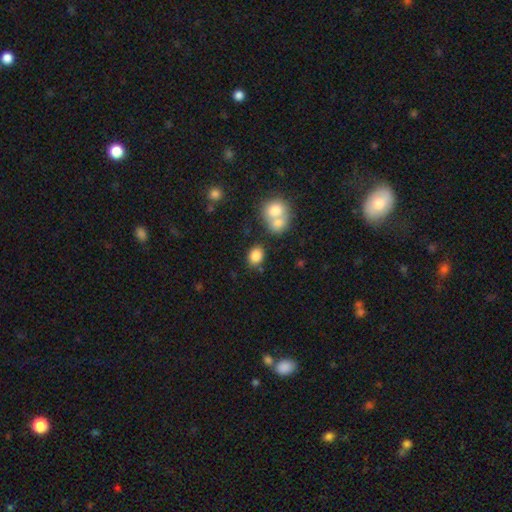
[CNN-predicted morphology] Smooth or featured? smooth (84%)
How rounded? in between (56%)
Merging? none (70%)